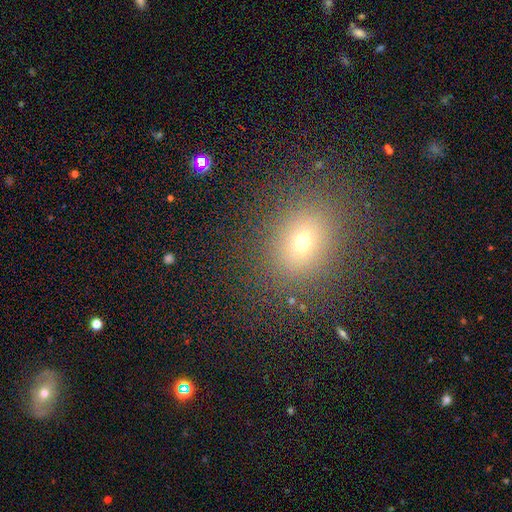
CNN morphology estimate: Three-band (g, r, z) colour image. It shows a smooth galaxy with no disk features (64%) that is round (57%). Merging: none (89%).